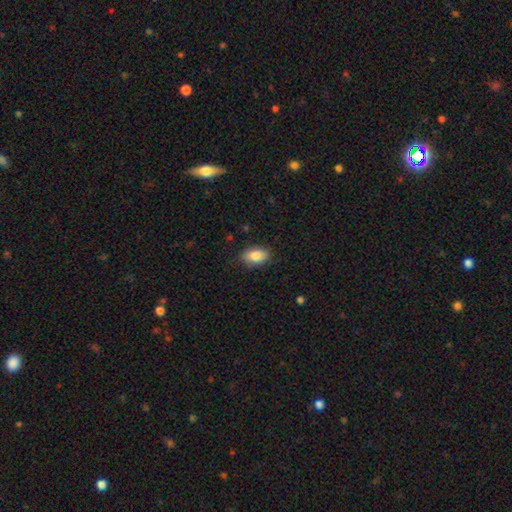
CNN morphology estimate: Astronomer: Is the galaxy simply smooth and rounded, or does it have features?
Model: smooth — 84%.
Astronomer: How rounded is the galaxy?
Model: in between — 90%.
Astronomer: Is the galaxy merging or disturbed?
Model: none — 85%.